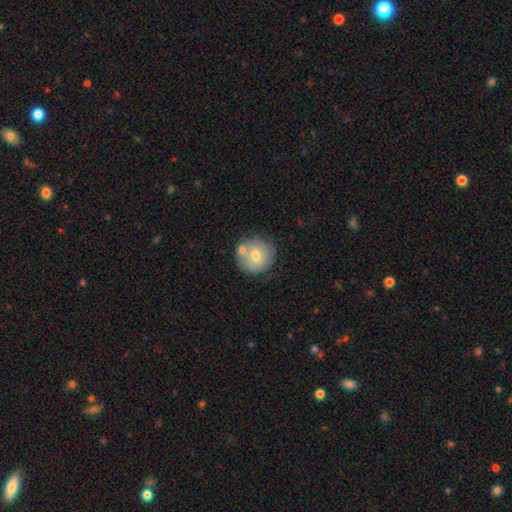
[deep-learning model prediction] This appears to be a smooth galaxy with no disk features (61%) that is round (92%). Merging: none (63%).